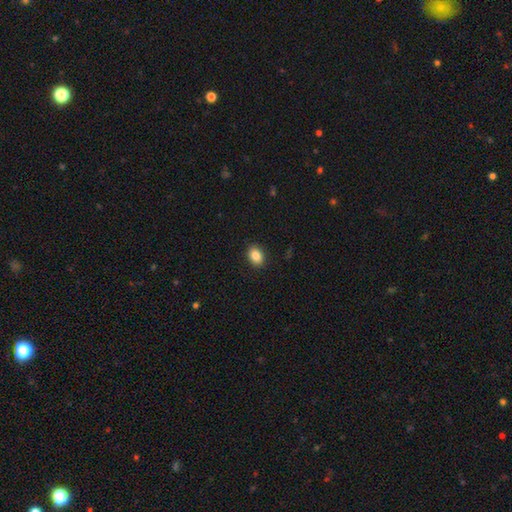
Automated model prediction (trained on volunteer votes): Smooth or featured?
  - smooth: 85% *
  - star or artifact: 9%
  - featured or disk: 6%
How rounded?
  - in between: 65% *
  - round: 34%
  - cigar-shaped: 1%
Merging?
  - none: 90% *
  - minor disturbance: 7%
  - major disturbance: 2%
  - merger: 1%